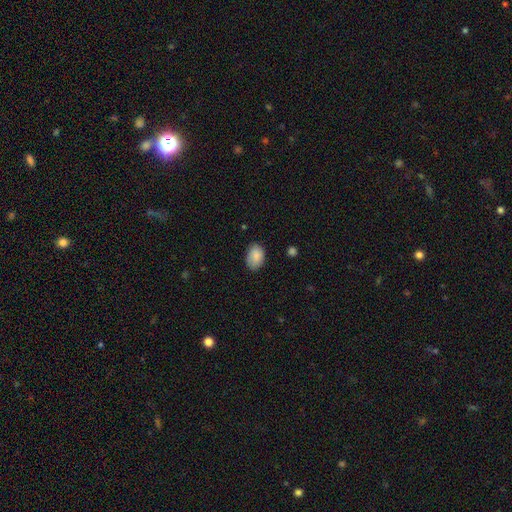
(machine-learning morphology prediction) A smooth galaxy with no disk features (86%) that is in between round and cigar-shaped (83%). Merging: none (76%).